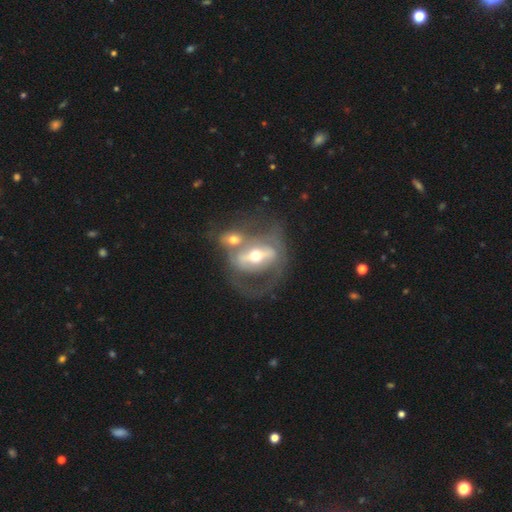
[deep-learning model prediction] Smooth or featured? Predicted: featured or disk (p=0.76). Edge-on disk? Predicted: no (p=0.88). Bar? Predicted: strong (p=0.45). Spiral arms? Predicted: yes (p=0.51). Bulge size? Predicted: moderate (p=0.62). Merging? Predicted: merger (p=0.46).